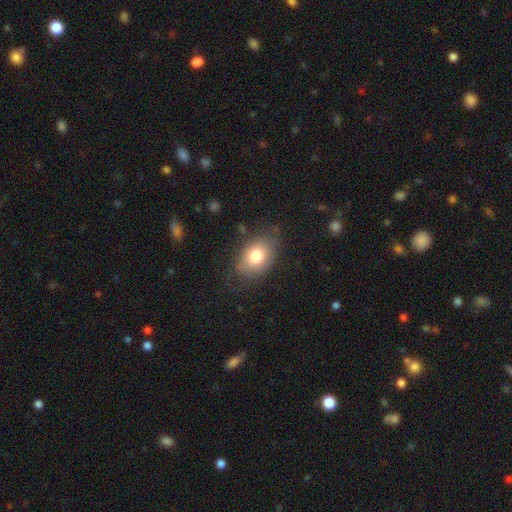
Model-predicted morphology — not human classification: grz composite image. It shows a smooth galaxy with no disk features (76%) that is in between round and cigar-shaped (81%). Merging: none (73%).